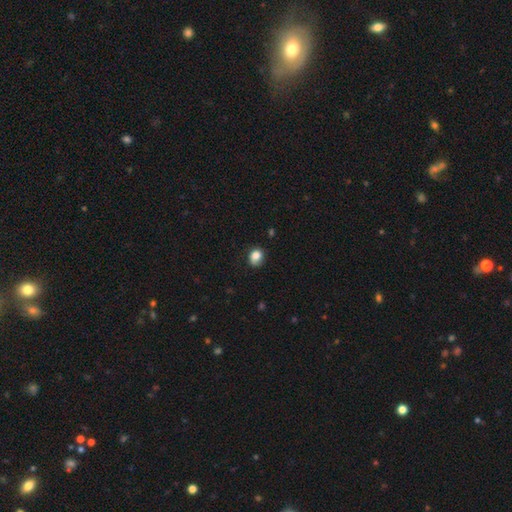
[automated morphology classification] smooth 82%, star or artifact 10%, featured or disk 8%. Down the decision tree: how rounded — round (56%); merging — none (66%).